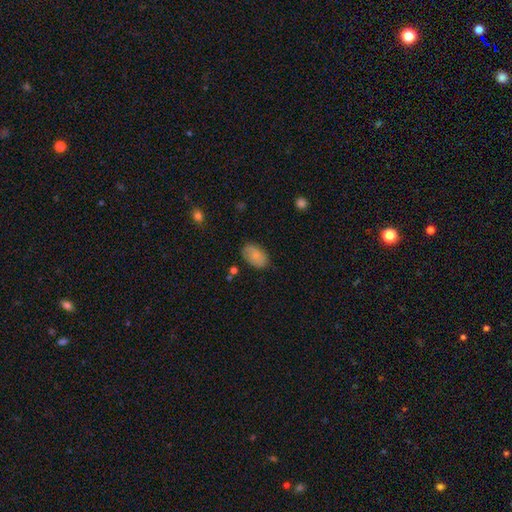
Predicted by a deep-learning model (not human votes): Overall: smooth (81%). How rounded: in between (92%). Merging: none (78%).